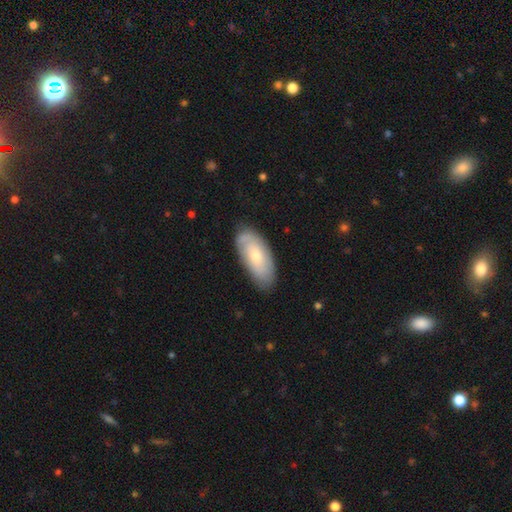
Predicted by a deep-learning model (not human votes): The model was most divided on "smooth or featured": smooth: 58%, featured or disk: 37%, star or artifact: 6%. More confident: how rounded — in between (89%); merging — none (77%).